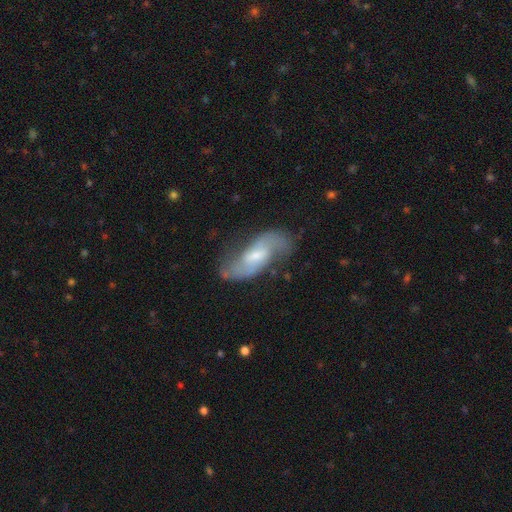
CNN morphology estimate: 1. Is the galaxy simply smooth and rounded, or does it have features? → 77% featured or disk, 17% smooth, 6% star or artifact.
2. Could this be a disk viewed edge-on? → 92% no, 8% yes.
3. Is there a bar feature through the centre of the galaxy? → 50% weak, 33% no, 17% strong.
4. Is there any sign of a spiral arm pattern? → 92% yes, 8% no.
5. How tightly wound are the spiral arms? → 49% loose, 38% medium, 13% tight.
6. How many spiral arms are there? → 88% 2, 7% can't tell, 2% 1, 1% 3, 1% 4, 1% more than 4.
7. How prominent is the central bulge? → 48% small, 42% moderate, 5% large, 5% none, 1% dominant.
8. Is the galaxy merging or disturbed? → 69% none, 20% minor disturbance, 9% major disturbance, 2% merger.